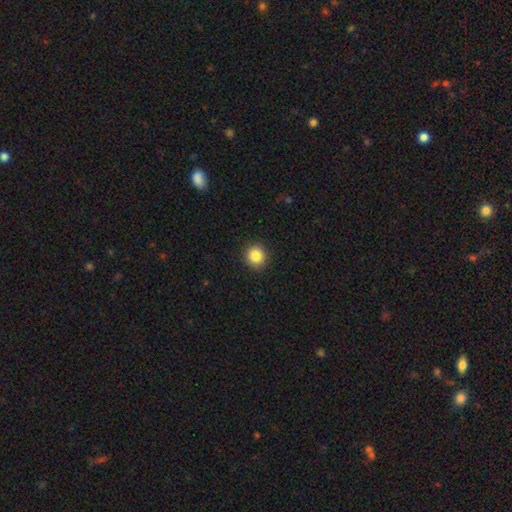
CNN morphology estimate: Q: Smooth or featured?
A: smooth (85%); runner-up: star or artifact (10%)
Q: How rounded?
A: round (90%); runner-up: in between (9%)
Q: Merging?
A: none (91%); runner-up: minor disturbance (6%)